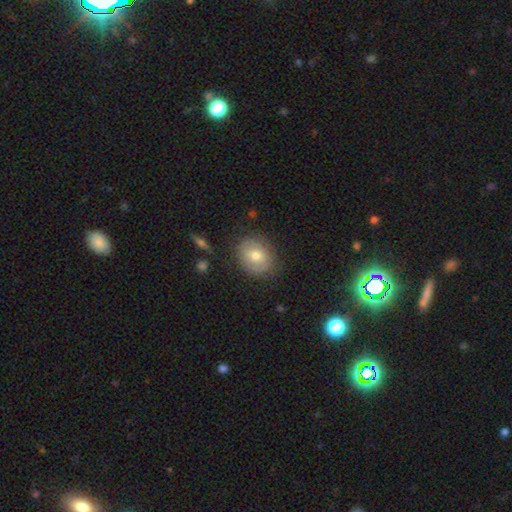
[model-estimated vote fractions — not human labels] Q: Smooth or featured?
A: smooth (70%); runner-up: featured or disk (21%)
Q: How rounded?
A: round (59%); runner-up: in between (40%)
Q: Merging?
A: none (81%); runner-up: minor disturbance (14%)